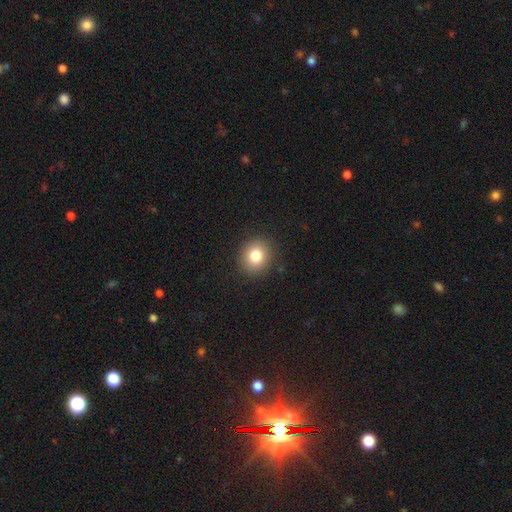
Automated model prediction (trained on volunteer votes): smooth_or_featured: smooth (p=0.81) [alt: star or artifact p=0.11]
how_rounded: round (p=0.78) [alt: in between p=0.21]
merging: none (p=0.90) [alt: minor disturbance p=0.07]